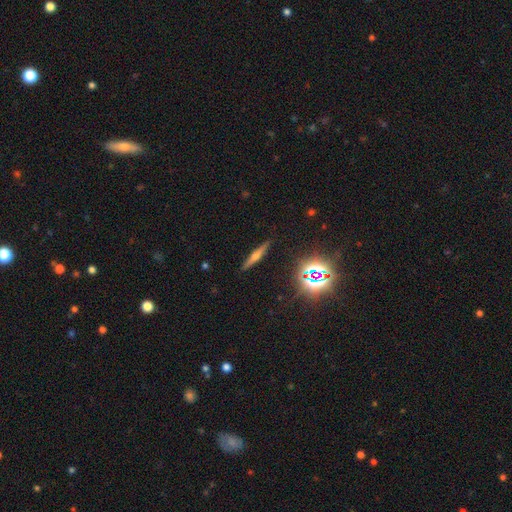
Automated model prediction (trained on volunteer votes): smooth-or-featured: featured or disk: 53% | smooth: 30% | star or artifact: 17%
  disk-edge-on: yes: 95% | no: 5%
    edge-on-bulge: rounded: 85% | none: 9% | boxy: 7%
  merging: none: 89% | minor disturbance: 8% | major disturbance: 2% | merger: 2%